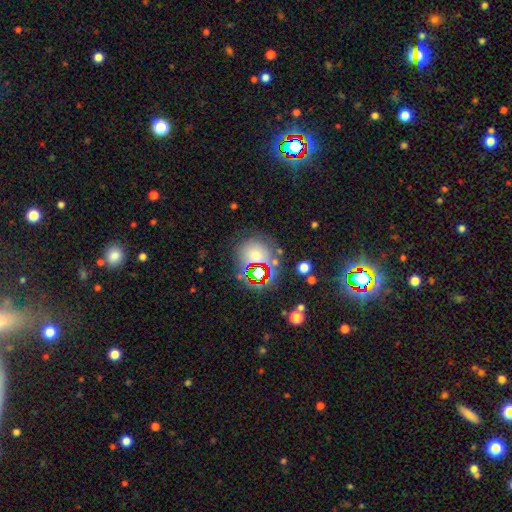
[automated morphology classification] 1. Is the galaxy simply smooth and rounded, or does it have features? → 43% smooth, 42% star or artifact, 15% featured or disk.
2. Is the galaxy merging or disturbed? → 74% none, 13% minor disturbance, 7% major disturbance, 6% merger.